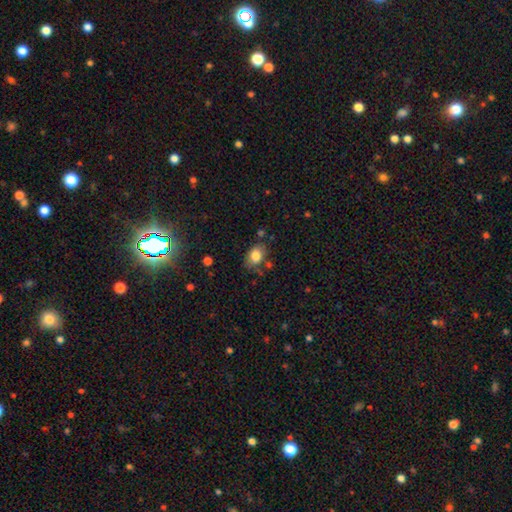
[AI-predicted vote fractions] Morphology: type=smooth (80%); roundness=in between (79%); merging=none (69%).